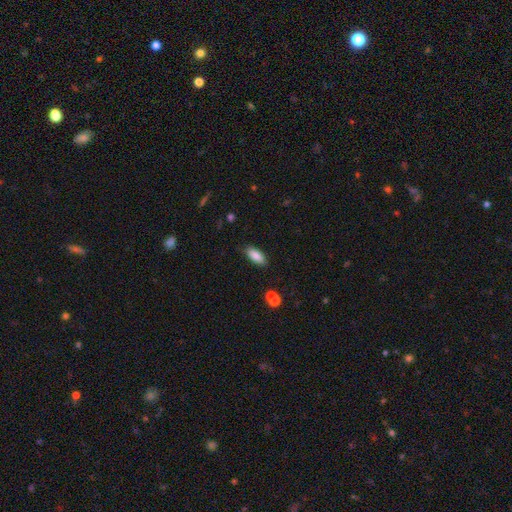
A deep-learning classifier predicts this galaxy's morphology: A smooth galaxy with no disk features (85%) that is in between round and cigar-shaped (81%). Merging: none (84%).